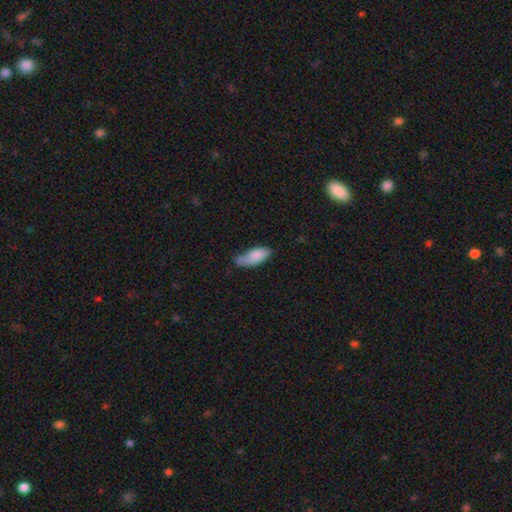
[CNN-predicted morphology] smooth-or-featured: smooth: 81% | featured or disk: 13% | star or artifact: 6%
  how-rounded: in between: 82% | cigar-shaped: 16% | round: 2%
  merging: none: 43% | minor disturbance: 40% | major disturbance: 12% | merger: 5%